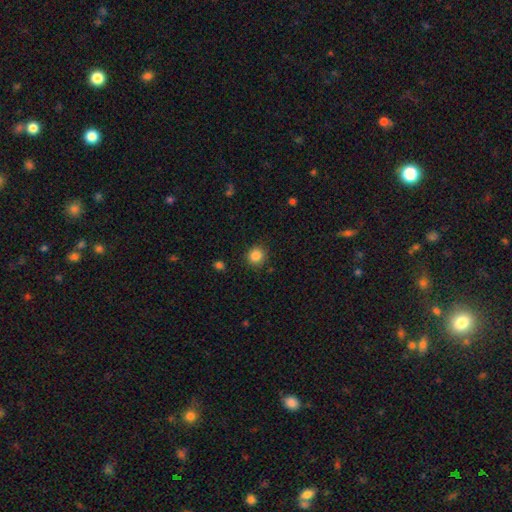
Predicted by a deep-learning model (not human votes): This appears to be a smooth galaxy with no disk features (85%) that is round (91%). Merging: none (89%).